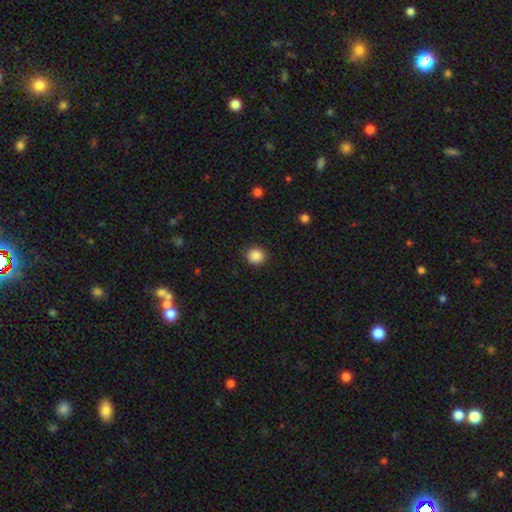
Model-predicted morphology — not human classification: Smooth or featured? smooth (88%)
How rounded? round (87%)
Merging? none (90%)